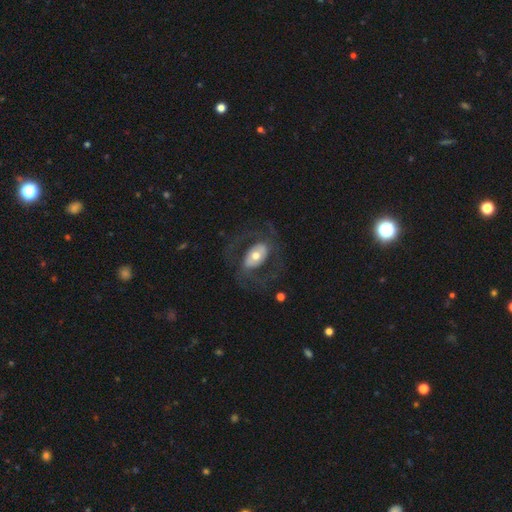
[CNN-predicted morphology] Smooth or featured: featured or disk — 66% (smooth — 28%)
Edge-on disk: no — 95% (yes — 5%)
Bar: no — 48% (weak — 30%)
Spiral arms: yes — 66% (no — 34%)
Bulge size: moderate — 67% (large — 15%)
Merging: none — 65% (major disturbance — 20%)